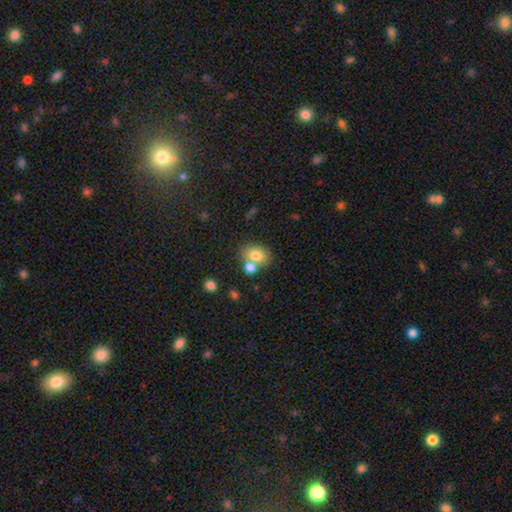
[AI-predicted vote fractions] A smooth galaxy with no disk features (77%) that is in between round and cigar-shaped (58%). Merging: none (52%).